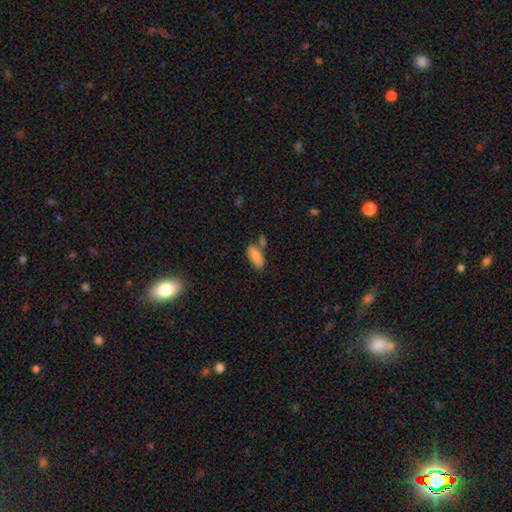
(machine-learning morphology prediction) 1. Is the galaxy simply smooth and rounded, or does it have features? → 84% smooth, 8% featured or disk, 7% star or artifact.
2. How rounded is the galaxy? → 84% in between, 14% cigar-shaped, 2% round.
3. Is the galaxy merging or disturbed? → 58% none, 19% minor disturbance, 19% merger, 5% major disturbance.